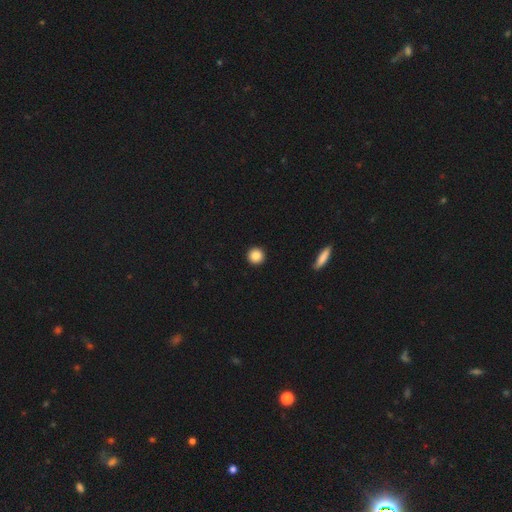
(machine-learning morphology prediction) A smooth galaxy with no disk features (87%) that is round (96%). Merging: none (94%).